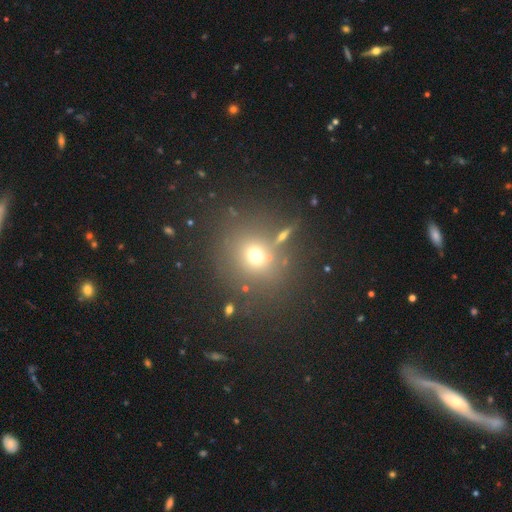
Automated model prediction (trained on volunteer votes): smooth-or-featured: smooth: 65% | star or artifact: 21% | featured or disk: 13%
  how-rounded: round: 83% | in between: 16% | cigar-shaped: 1%
  merging: none: 72% | minor disturbance: 11% | merger: 10% | major disturbance: 7%